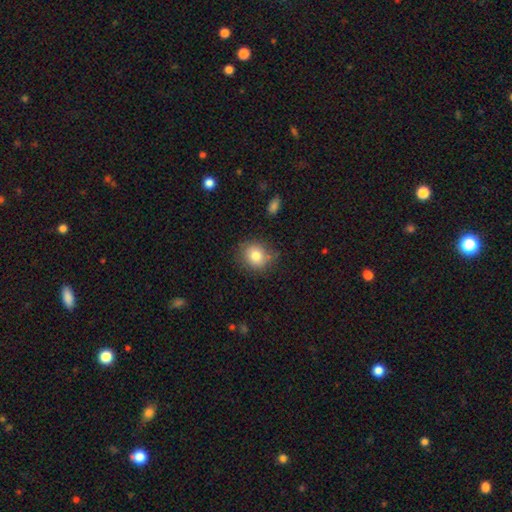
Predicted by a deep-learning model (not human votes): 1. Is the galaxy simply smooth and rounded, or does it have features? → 80% smooth, 10% star or artifact, 10% featured or disk.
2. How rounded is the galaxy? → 74% round, 25% in between, 1% cigar-shaped.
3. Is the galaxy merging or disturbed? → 78% none, 16% minor disturbance, 4% major disturbance, 3% merger.